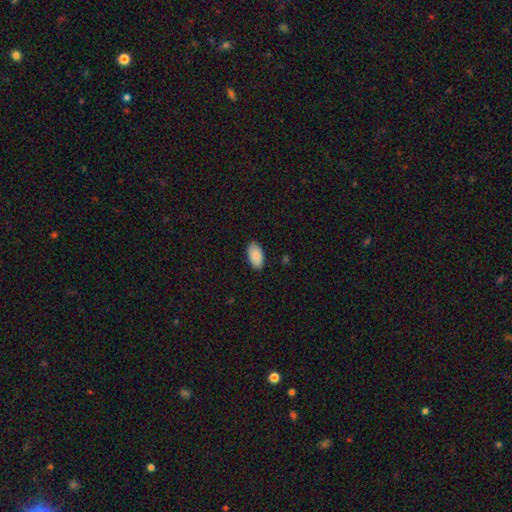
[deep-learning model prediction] Smooth or featured: smooth — 90% (star or artifact — 6%)
How rounded: in between — 96% (round — 3%)
Merging: none — 87% (minor disturbance — 10%)